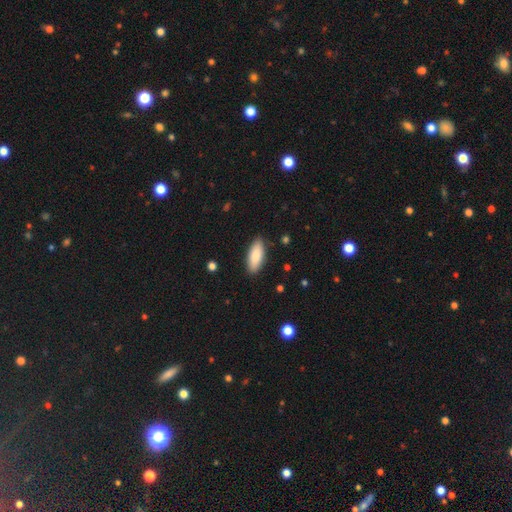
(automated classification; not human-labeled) This is clearly a smooth galaxy (87%). How rounded: clearly in between (81%). Merging: clearly none (88%).